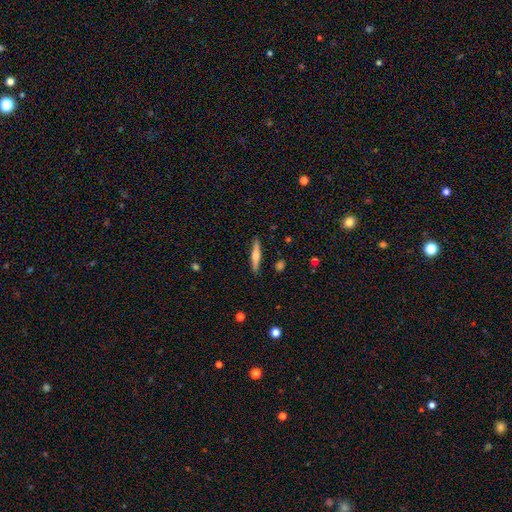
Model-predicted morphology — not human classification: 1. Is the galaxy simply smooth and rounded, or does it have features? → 48% smooth, 46% featured or disk, 6% star or artifact.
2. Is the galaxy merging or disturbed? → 90% none, 7% minor disturbance, 2% major disturbance, 1% merger.